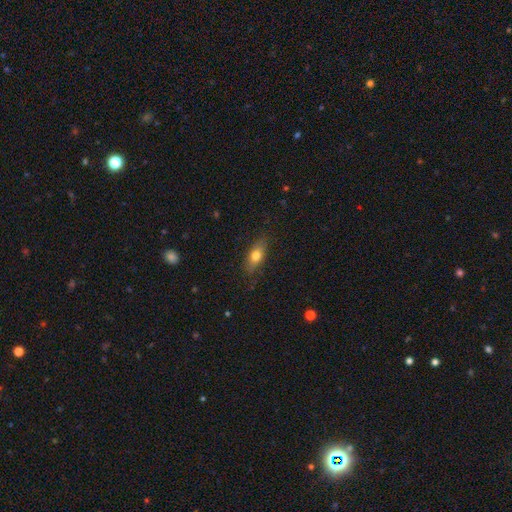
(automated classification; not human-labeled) A smooth galaxy with no disk features (68%) that is in between round and cigar-shaped (72%).

Vote fractions:
- Smooth or featured? smooth: 68% / featured or disk: 24% / star or artifact: 8%
- How rounded? in between: 72% / cigar-shaped: 21% / round: 7%
- Merging? none: 80% / minor disturbance: 15% / major disturbance: 3% / merger: 1%